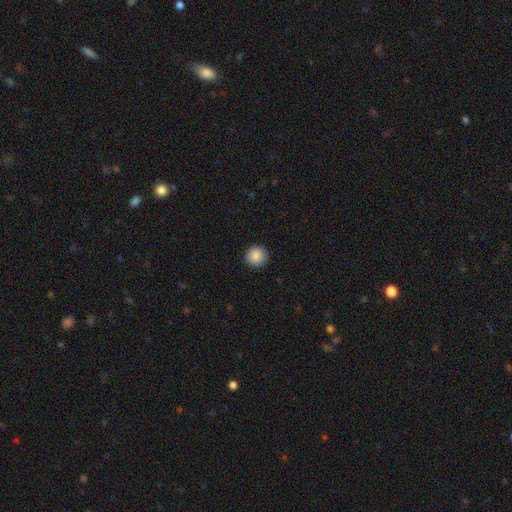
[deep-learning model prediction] Smooth or featured?
  - smooth: 88% *
  - star or artifact: 8%
  - featured or disk: 4%
How rounded?
  - round: 94% *
  - in between: 5%
  - cigar-shaped: 1%
Merging?
  - none: 92% *
  - minor disturbance: 6%
  - major disturbance: 2%
  - merger: 1%